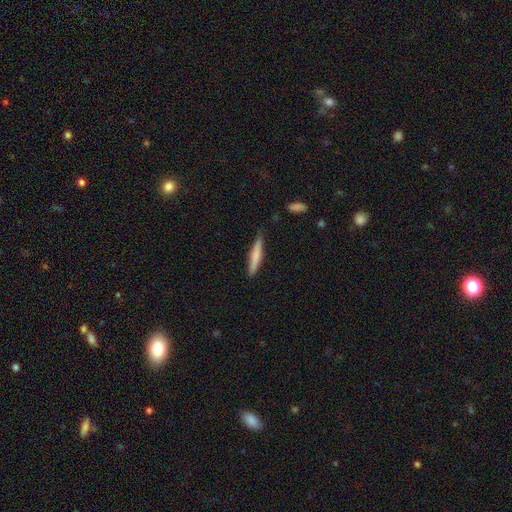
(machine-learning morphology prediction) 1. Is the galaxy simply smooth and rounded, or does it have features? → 70% smooth, 25% featured or disk, 6% star or artifact.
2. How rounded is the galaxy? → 92% cigar-shaped, 6% in between, 1% round.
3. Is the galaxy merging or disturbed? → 81% none, 15% minor disturbance, 2% major disturbance, 2% merger.